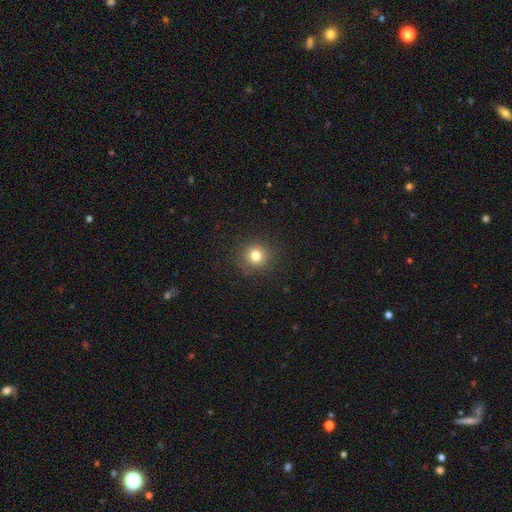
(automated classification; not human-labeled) The model was most divided on "smooth or featured": smooth: 79%, star or artifact: 14%, featured or disk: 7%. More confident: how rounded — round (91%); merging — none (90%).